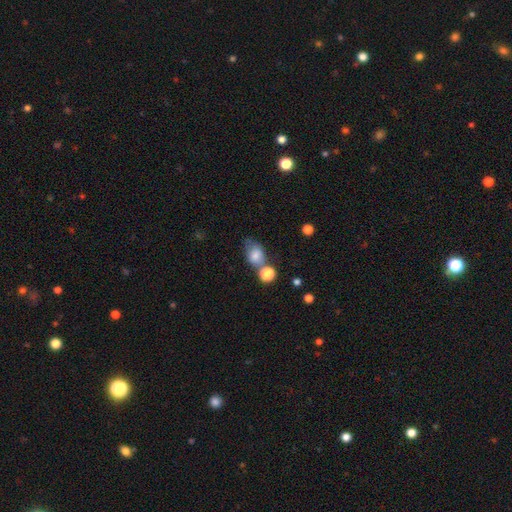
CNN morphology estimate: type=smooth (76%); roundness=in between (72%); merging=none (38%).